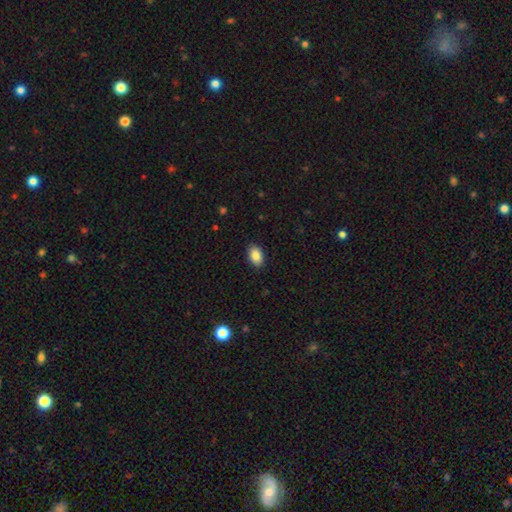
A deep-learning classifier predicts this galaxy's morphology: smooth_or_featured: smooth (p=0.89) [alt: star or artifact p=0.08]
how_rounded: in between (p=0.90) [alt: round p=0.08]
merging: none (p=0.89) [alt: minor disturbance p=0.08]